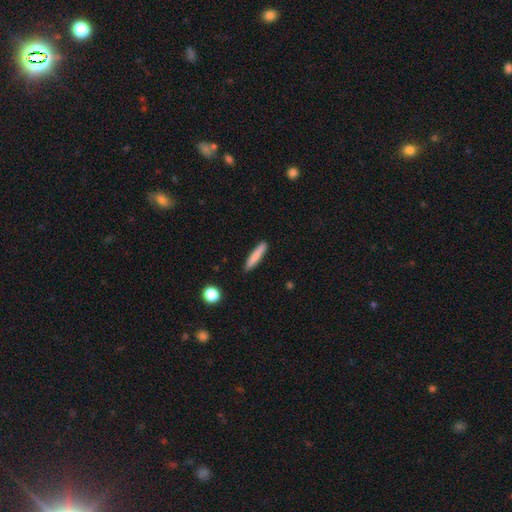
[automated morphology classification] smooth 79%, featured or disk 15%, star or artifact 6%. Down the decision tree: how rounded — cigar-shaped (91%); merging — none (89%).